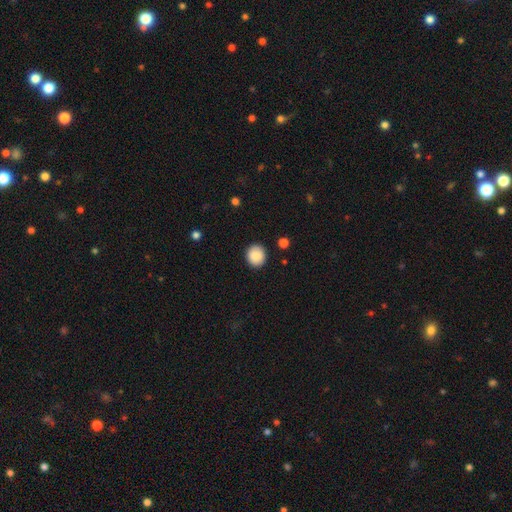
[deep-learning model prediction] Smooth or featured? Predicted: smooth (p=0.88). How rounded? Predicted: round (p=0.83). Merging? Predicted: none (p=0.89).